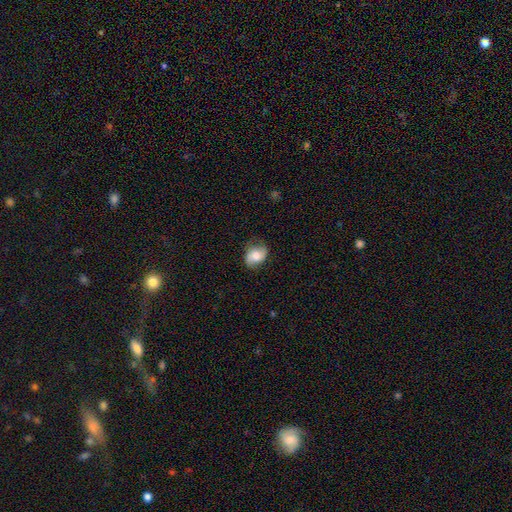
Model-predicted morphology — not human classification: Smooth or featured?
  - smooth: 59% *
  - featured or disk: 33%
  - star or artifact: 9%
How rounded?
  - in between: 63% *
  - round: 36%
  - cigar-shaped: 1%
Merging?
  - none: 71% *
  - minor disturbance: 22%
  - major disturbance: 6%
  - merger: 1%